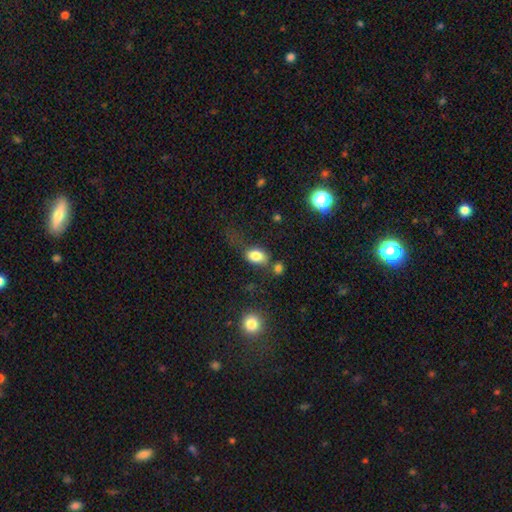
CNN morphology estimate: type=smooth (82%); roundness=in between (84%); merging=none (57%).